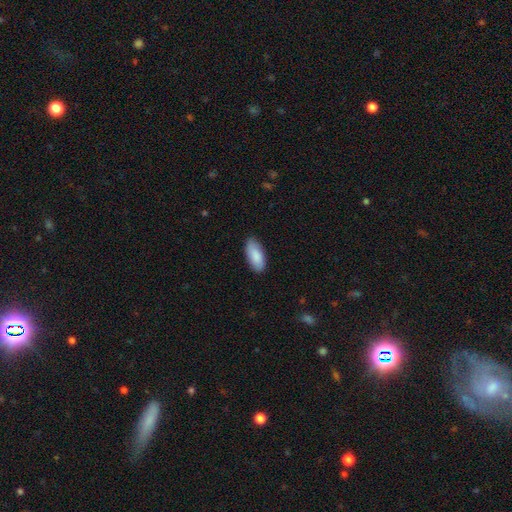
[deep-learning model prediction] The model was most divided on "merging": none: 85%, minor disturbance: 12%, major disturbance: 2%, merger: 1%. More confident: how rounded — in between (89%); smooth or featured — smooth (88%).